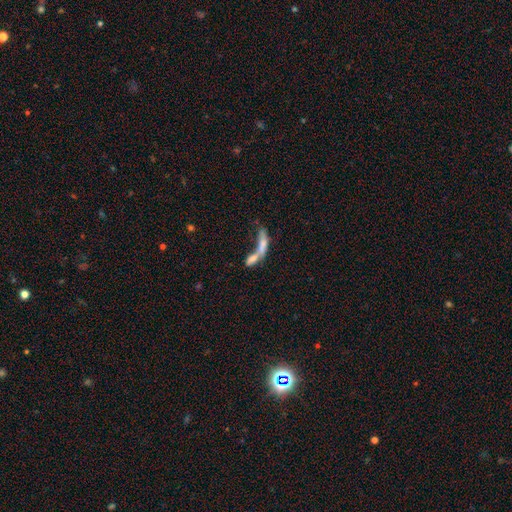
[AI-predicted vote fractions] This is possibly a smooth galaxy (55%). How rounded: possibly cigar-shaped (55%). Merging: likely merger (66%).